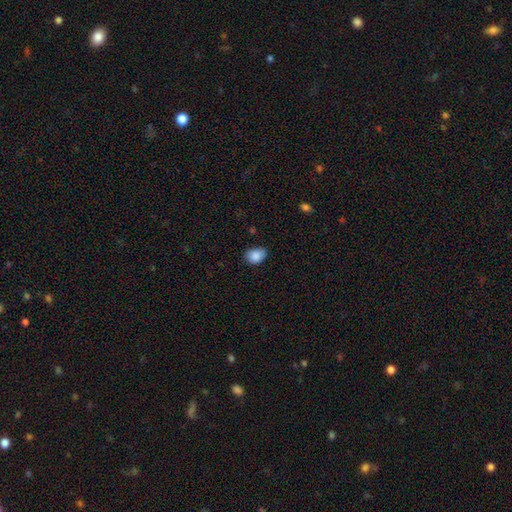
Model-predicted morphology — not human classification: Overall: smooth (87%). How rounded: in between (70%). Merging: none (72%).